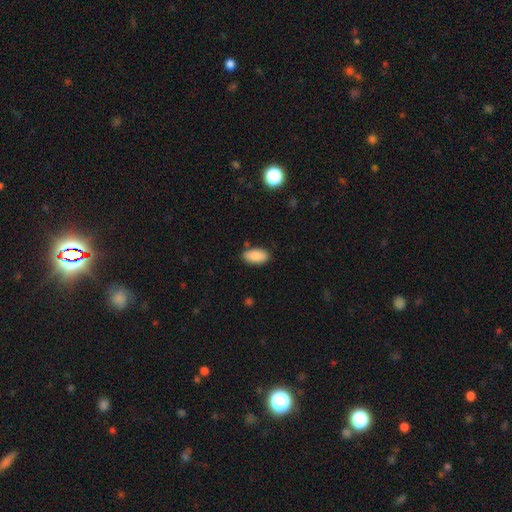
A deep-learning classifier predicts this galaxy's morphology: type=smooth (88%); roundness=in between (94%); merging=none (83%).